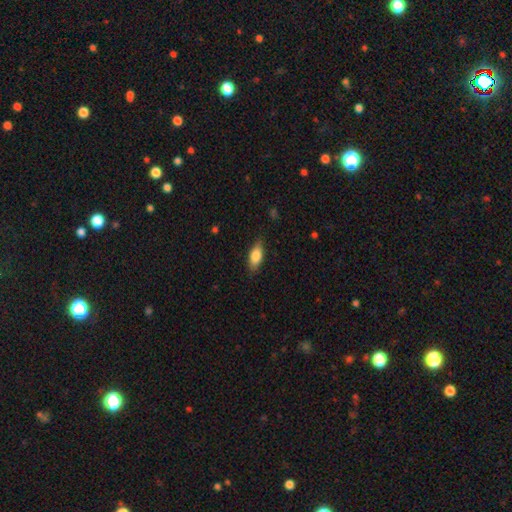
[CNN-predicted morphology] This is clearly a smooth galaxy (80%). How rounded: clearly in between (81%). Merging: likely none (78%).